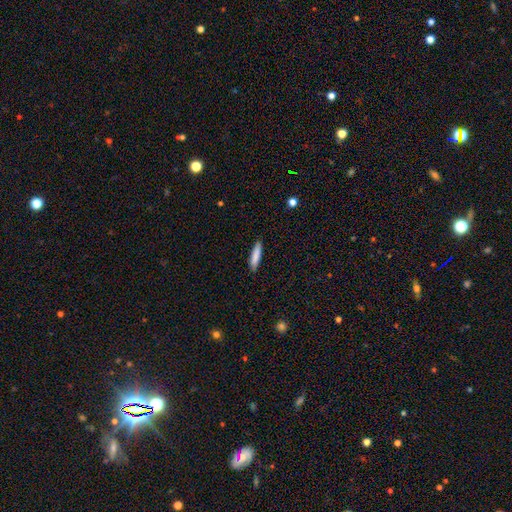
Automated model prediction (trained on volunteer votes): Smooth or featured? smooth (84%)
How rounded? cigar-shaped (83%)
Merging? none (89%)